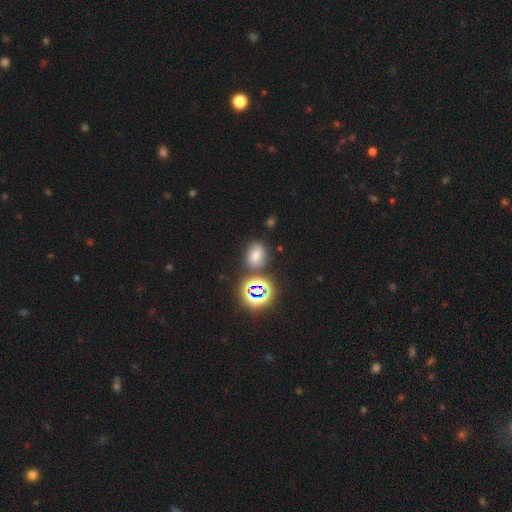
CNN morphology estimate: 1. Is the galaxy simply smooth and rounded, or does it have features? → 56% smooth, 33% star or artifact, 11% featured or disk.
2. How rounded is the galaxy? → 61% in between, 37% round, 1% cigar-shaped.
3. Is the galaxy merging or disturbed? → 75% none, 13% minor disturbance, 8% merger, 4% major disturbance.